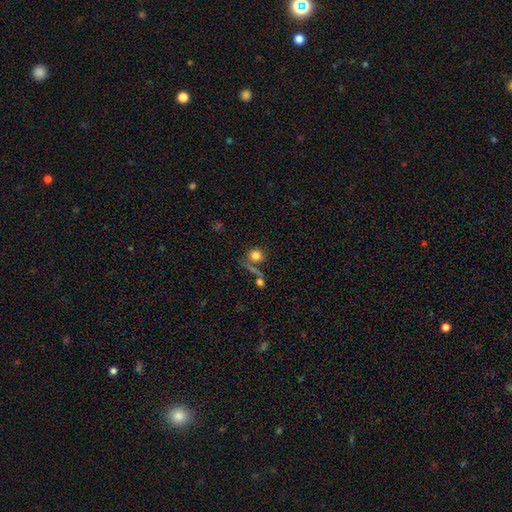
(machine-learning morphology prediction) Overall: smooth (78%). How rounded: round (77%). Merging: none (58%; merger 21%).